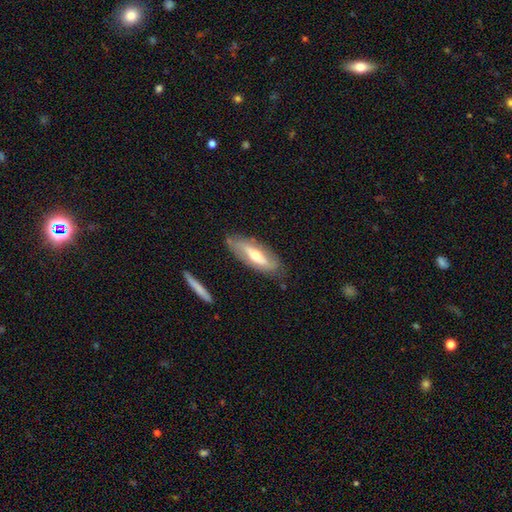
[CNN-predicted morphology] Smooth or featured? featured or disk (56%)
Edge-on disk? no (67%)
Merging? none (76%)